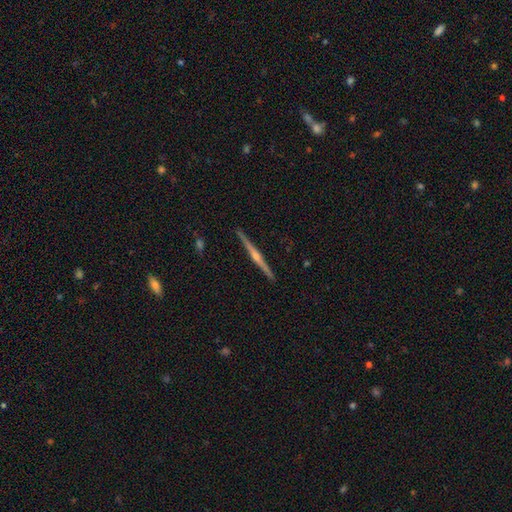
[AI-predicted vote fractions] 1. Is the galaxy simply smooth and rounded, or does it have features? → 77% featured or disk, 15% smooth, 8% star or artifact.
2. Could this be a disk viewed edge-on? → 98% yes, 2% no.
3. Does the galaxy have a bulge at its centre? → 81% rounded, 12% none, 7% boxy.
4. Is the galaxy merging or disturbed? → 90% none, 7% minor disturbance, 2% major disturbance, 1% merger.